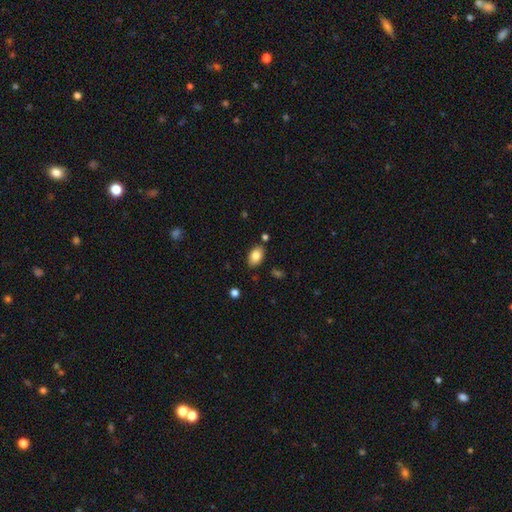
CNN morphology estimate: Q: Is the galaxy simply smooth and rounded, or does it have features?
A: smooth — 83%.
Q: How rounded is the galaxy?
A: in between — 90%.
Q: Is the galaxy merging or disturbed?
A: none — 82%.